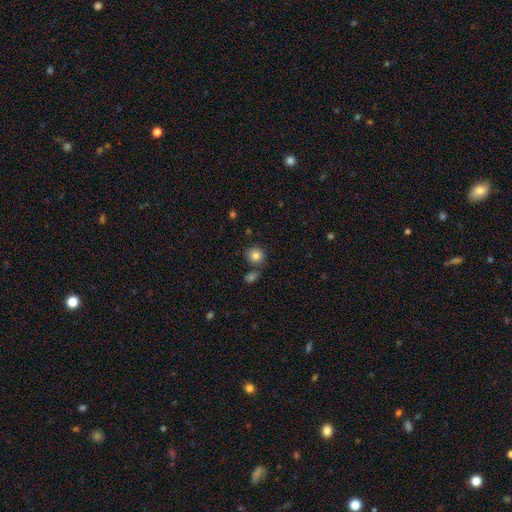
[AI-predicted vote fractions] A smooth galaxy with no disk features (83%) that is round (86%). Merging: none (76%).